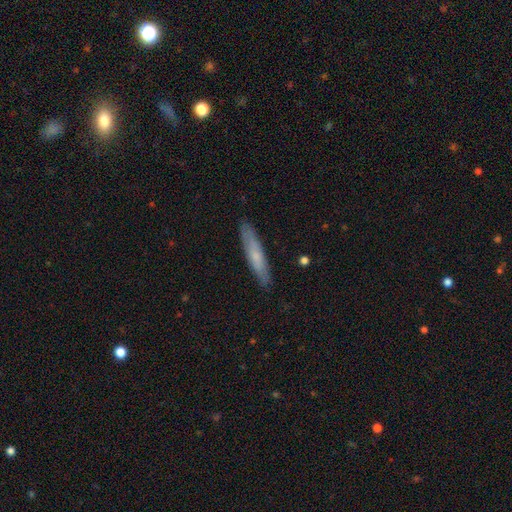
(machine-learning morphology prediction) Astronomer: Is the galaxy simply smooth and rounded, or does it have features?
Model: smooth — 60%.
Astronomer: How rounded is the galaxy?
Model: cigar-shaped — 90%.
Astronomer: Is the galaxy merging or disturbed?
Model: none — 87%.